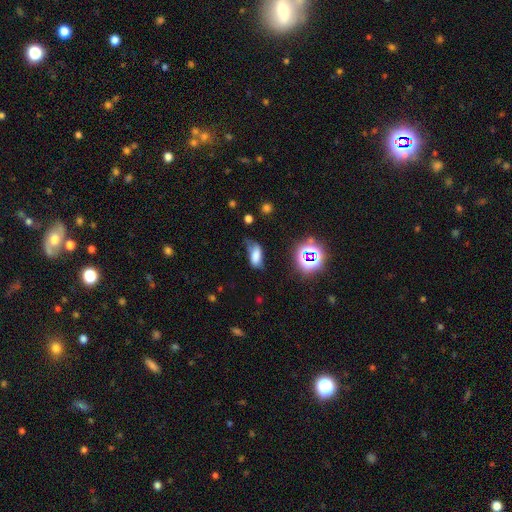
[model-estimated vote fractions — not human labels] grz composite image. It shows a smooth galaxy with no disk features (62%) that is in between round and cigar-shaped (85%). Merging: none (36%, tied with minor disturbance).